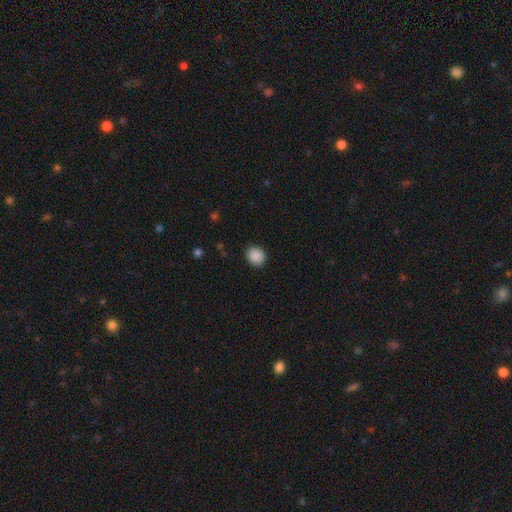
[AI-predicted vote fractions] This is clearly a smooth galaxy (89%). How rounded: likely round (69%). Merging: clearly none (88%).